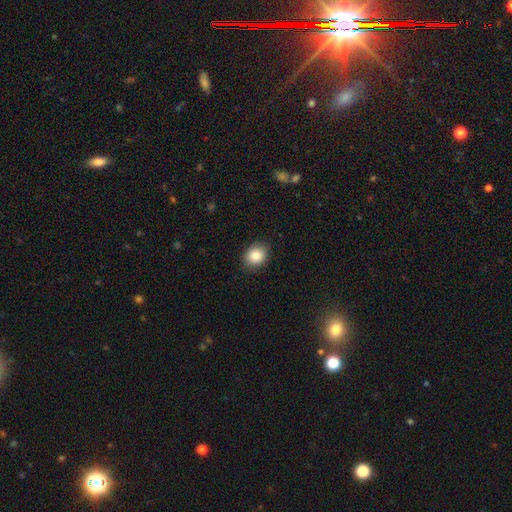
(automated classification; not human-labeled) smooth-or-featured: smooth: 85% | star or artifact: 9% | featured or disk: 7%
  how-rounded: round: 55% | in between: 44% | cigar-shaped: 1%
  merging: none: 89% | minor disturbance: 8% | major disturbance: 2% | merger: 1%